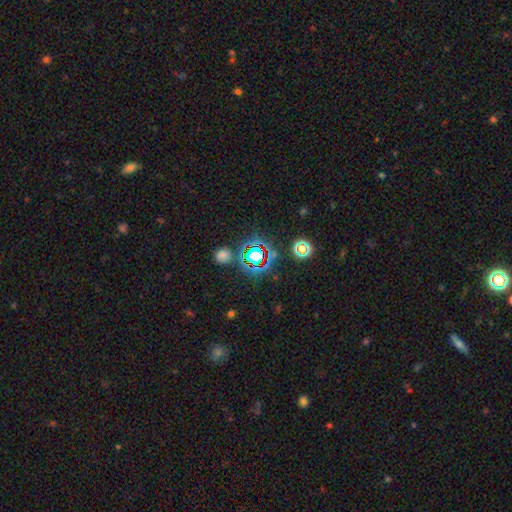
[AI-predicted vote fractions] Q: Smooth or featured?
A: star or artifact (70%); runner-up: smooth (20%)